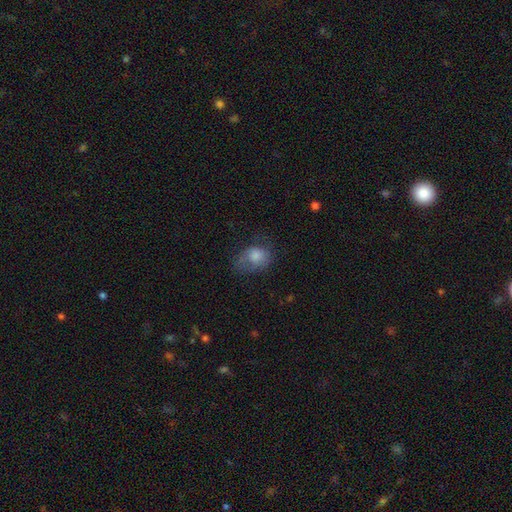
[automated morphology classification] Q: Smooth or featured?
A: smooth (69%); runner-up: featured or disk (19%)
Q: How rounded?
A: in between (57%); runner-up: round (41%)
Q: Merging?
A: none (44%); runner-up: minor disturbance (30%)